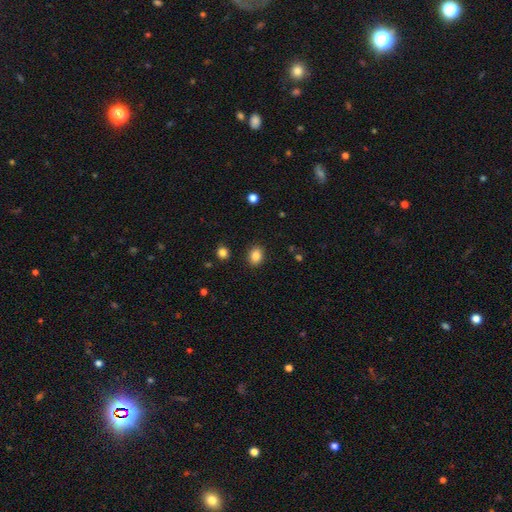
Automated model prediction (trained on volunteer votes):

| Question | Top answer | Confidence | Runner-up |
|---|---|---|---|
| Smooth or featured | smooth | 86% | star or artifact (10%) |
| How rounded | in between | 54% | round (45%) |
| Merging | none | 89% | minor disturbance (7%) |